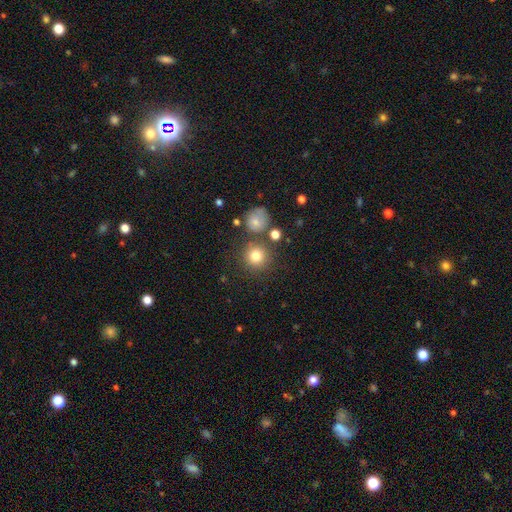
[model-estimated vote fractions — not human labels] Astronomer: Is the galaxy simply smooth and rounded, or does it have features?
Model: smooth — 79%.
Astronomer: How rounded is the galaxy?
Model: round — 93%.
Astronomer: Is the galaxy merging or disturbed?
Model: none — 77%.